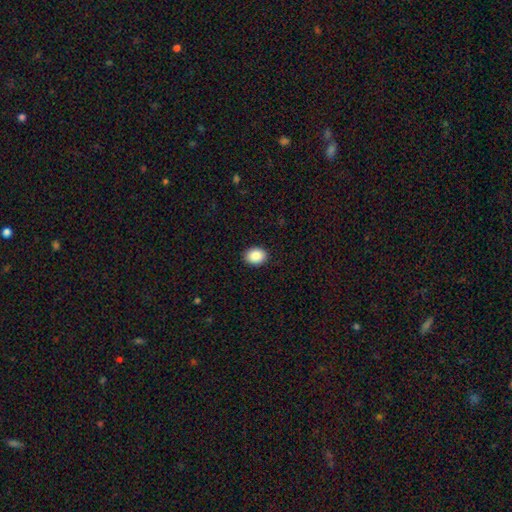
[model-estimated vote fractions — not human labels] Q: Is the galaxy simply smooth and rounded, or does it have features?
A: smooth — 89%.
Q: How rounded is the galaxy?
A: in between — 58%.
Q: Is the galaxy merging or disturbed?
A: none — 90%.